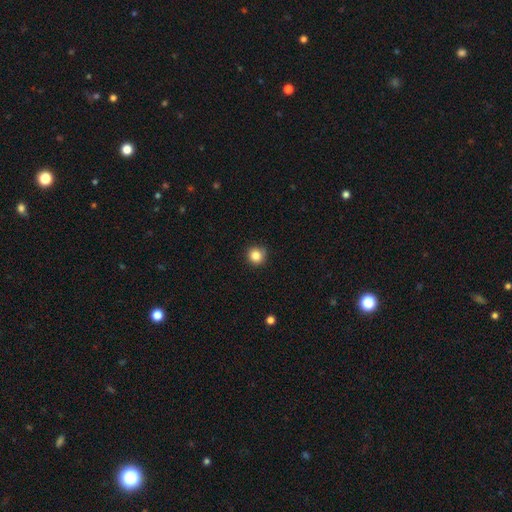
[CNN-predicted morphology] smooth 84%, star or artifact 11%, featured or disk 5%. Down the decision tree: how rounded — round (93%); merging — none (86%).